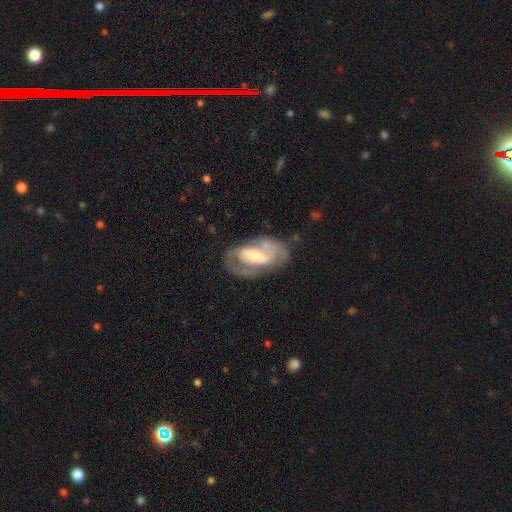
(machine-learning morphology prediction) A featured or disk galaxy (72%) with a weak bar (37%), 2 (61%) medium (42%) spiral arms (75%) and a small central bulge (41%).

Vote fractions:
- Smooth or featured? featured or disk: 72% / smooth: 22% / star or artifact: 6%
- Edge-on disk? no: 94% / yes: 6%
- Bar? weak: 37% / strong: 33% / no: 31%
- Spiral arms? yes: 75% / no: 25%
- Spiral winding? medium: 42% / tight: 41% / loose: 17%
- Spiral arm count? 2: 61% / can't tell: 22% / 1: 9% / 3: 4% / 4: 1% / more than 4: 1%
- Bulge size? small: 41% / moderate: 35% / large: 14% / none: 7% / dominant: 2%
- Merging? none: 56% / minor disturbance: 23% / major disturbance: 17% / merger: 3%